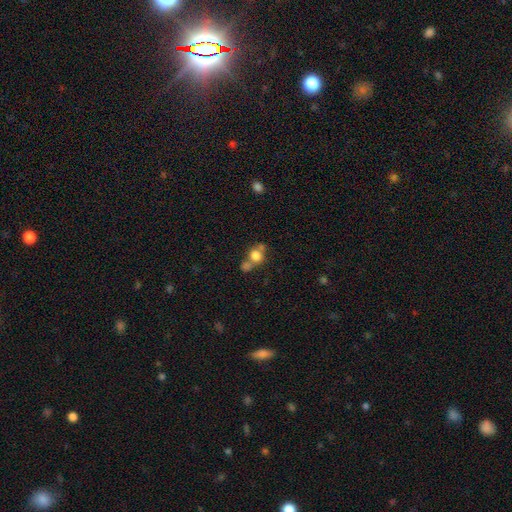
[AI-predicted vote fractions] A smooth galaxy with no disk features (72%) that is round (69%). Merging: merger (43%).